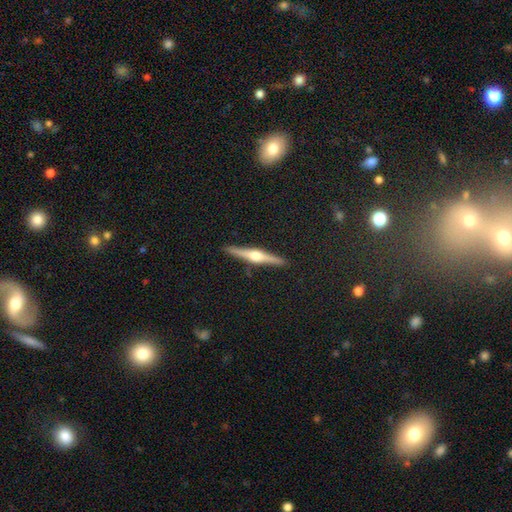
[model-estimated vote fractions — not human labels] Smooth or featured? featured or disk (77%)
Edge-on disk? yes (98%)
Edge-on bulge? rounded (93%)
Merging? none (91%)